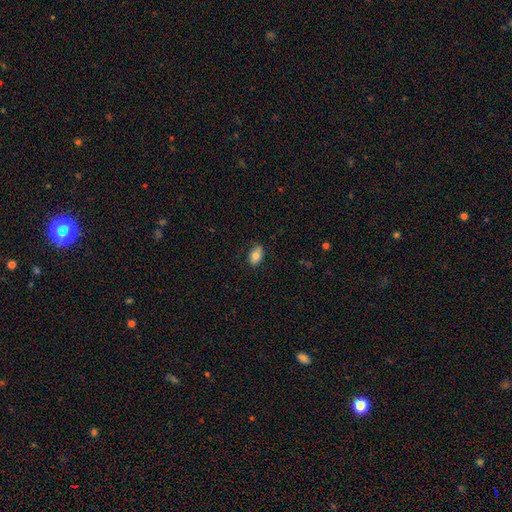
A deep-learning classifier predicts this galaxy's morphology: A smooth galaxy with no disk features (78%) that is in between round and cigar-shaped (89%). Merging: none (83%).